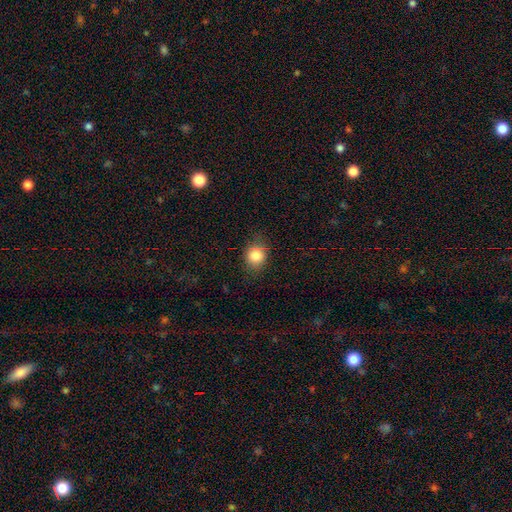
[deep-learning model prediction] The model was most divided on "how rounded": round: 72%, in between: 27%, cigar-shaped: 1%. More confident: smooth or featured — smooth (84%); merging — none (82%).